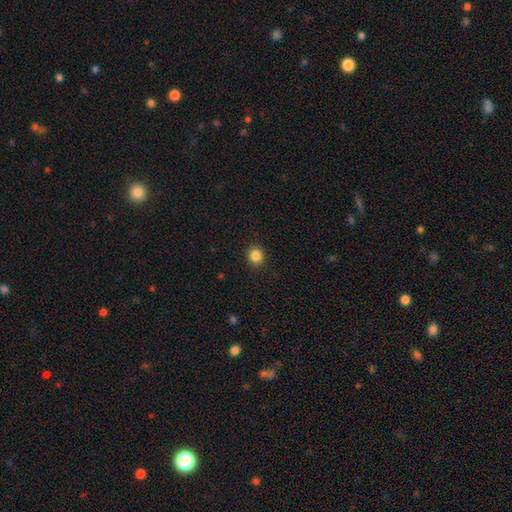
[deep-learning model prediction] Smooth or featured? smooth (85%)
How rounded? round (82%)
Merging? none (91%)